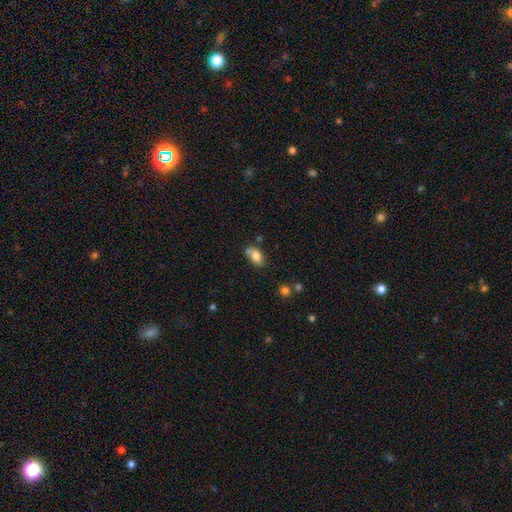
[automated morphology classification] A smooth galaxy with no disk features (80%) that is in between round and cigar-shaped (85%). Merging: none (55%).